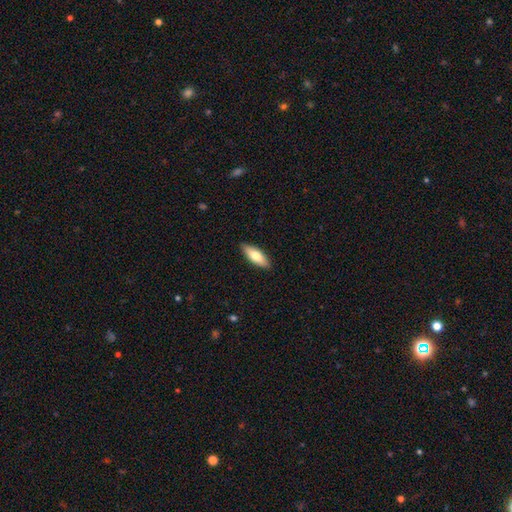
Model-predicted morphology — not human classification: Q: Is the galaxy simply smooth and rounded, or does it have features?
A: smooth — 73%.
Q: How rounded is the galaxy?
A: in between — 68%.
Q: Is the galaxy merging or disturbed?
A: none — 89%.